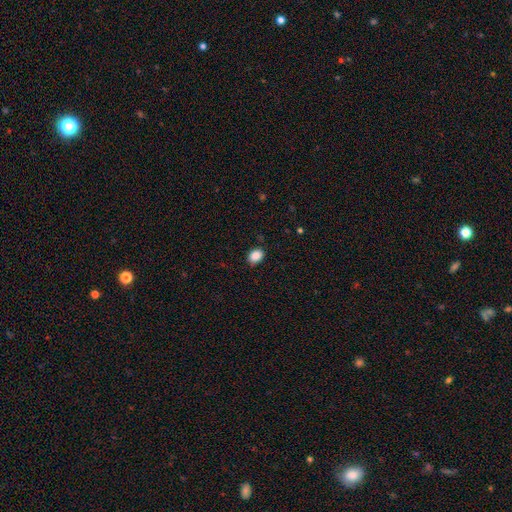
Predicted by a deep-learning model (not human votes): Smooth or featured: smooth — 89% (star or artifact — 9%)
How rounded: in between — 64% (round — 35%)
Merging: none — 85% (minor disturbance — 12%)